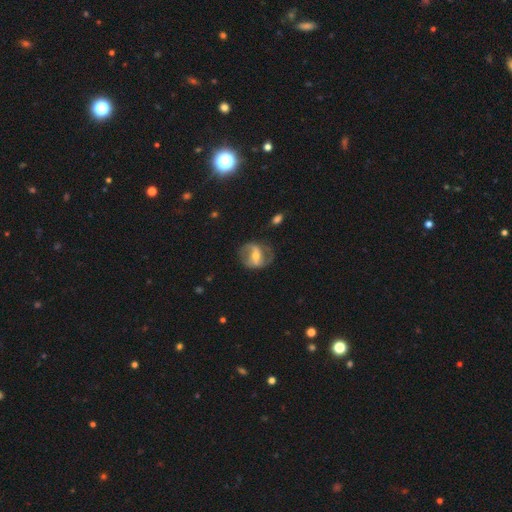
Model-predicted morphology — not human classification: type=featured or disk (76%); edge-on=no (96%); bar=strong (46%); spiral arms=yes (83%); winding=medium (43%); arm count=2 (83%); bulge=moderate (54%); merging=none (68%).